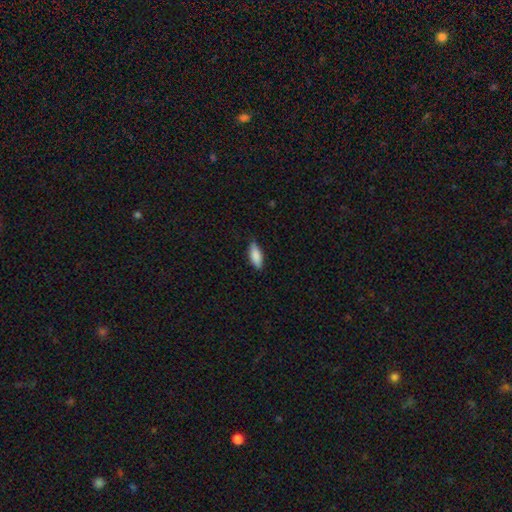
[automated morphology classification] Smooth or featured? Predicted: smooth (p=0.85). How rounded? Predicted: in between (p=0.70). Merging? Predicted: none (p=0.82).